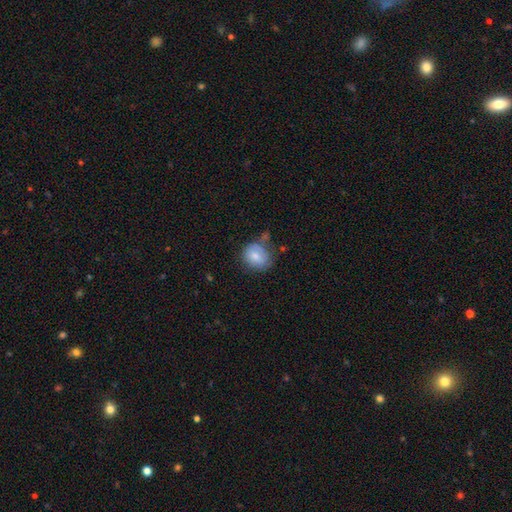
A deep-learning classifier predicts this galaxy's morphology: Smooth or featured? Predicted: smooth (p=0.73). How rounded? Predicted: round (p=0.63). Merging? Predicted: none (p=0.57).